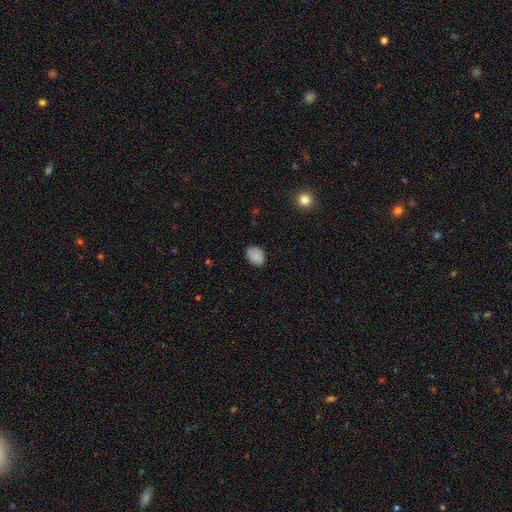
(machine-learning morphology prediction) smooth 85%, star or artifact 8%, featured or disk 7%. Down the decision tree: how rounded — in between (64%); merging — none (84%).